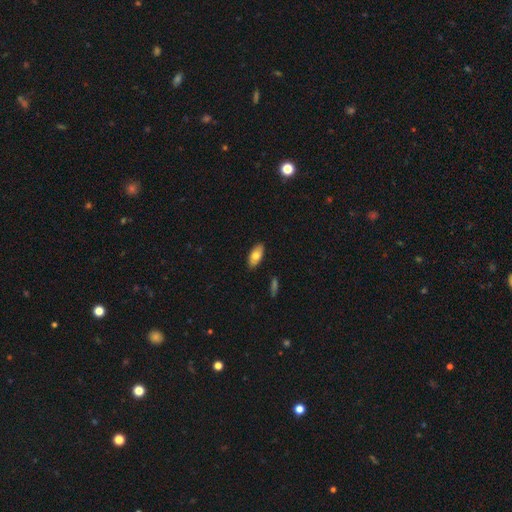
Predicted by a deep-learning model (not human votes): Smooth or featured? Predicted: smooth (p=0.76). How rounded? Predicted: in between (p=0.90). Merging? Predicted: none (p=0.88).